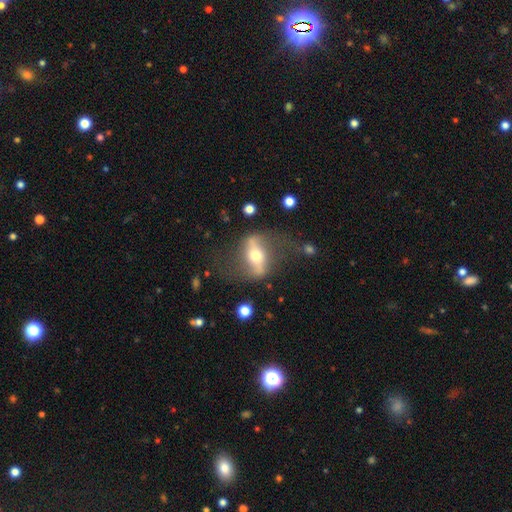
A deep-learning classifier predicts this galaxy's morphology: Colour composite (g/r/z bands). It shows a featured or disk galaxy (77%) with a strong bar (64%), spiral arms (72%) and a moderate central bulge (66%). Merging: none (61%).